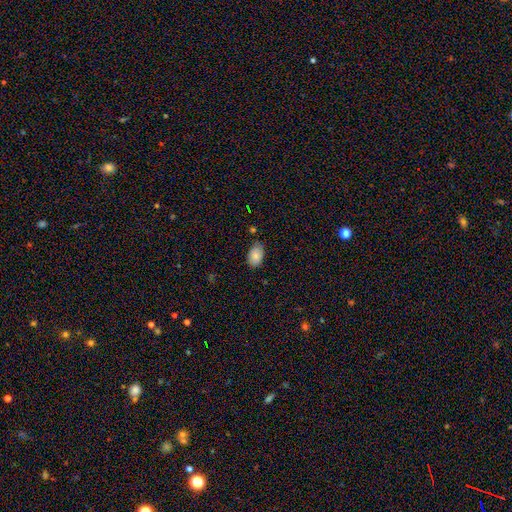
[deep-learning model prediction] The model was most divided on "merging": none: 74%, minor disturbance: 20%, major disturbance: 3%, merger: 3%. More confident: how rounded — in between (91%); smooth or featured — smooth (82%).